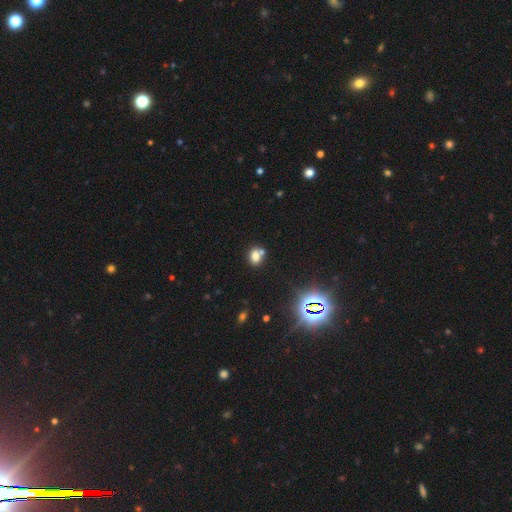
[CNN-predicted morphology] A smooth galaxy with no disk features (72%) that is in between round and cigar-shaped (57%).

Vote fractions:
- Smooth or featured? smooth: 72% / star or artifact: 17% / featured or disk: 11%
- How rounded? in between: 57% / round: 41% / cigar-shaped: 1%
- Merging? none: 50% / merger: 35% / minor disturbance: 11% / major disturbance: 4%